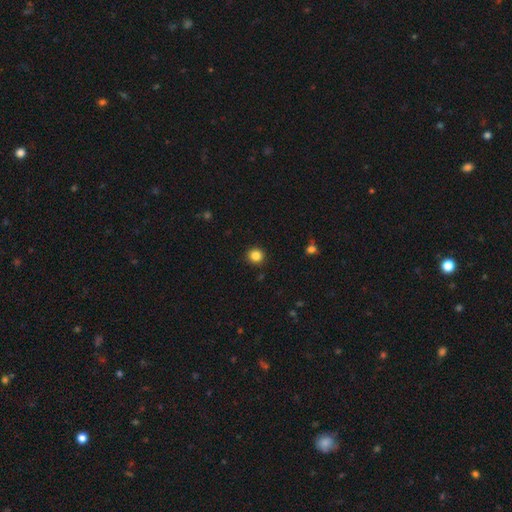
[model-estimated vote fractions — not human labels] A smooth galaxy with no disk features (85%) that is round (93%). Merging: none (92%).